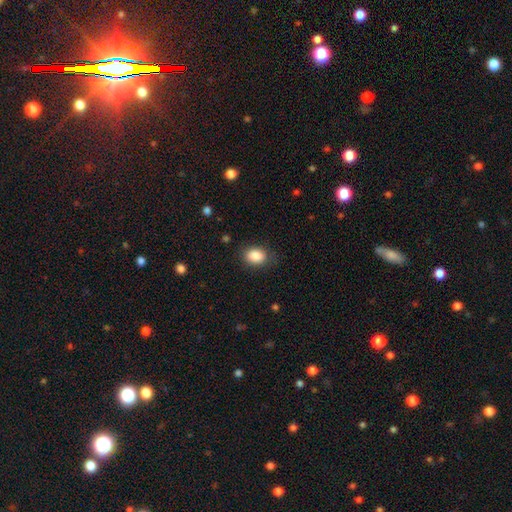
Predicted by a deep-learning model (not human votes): Q: Smooth or featured?
A: smooth (87%); runner-up: star or artifact (8%)
Q: How rounded?
A: in between (71%); runner-up: round (28%)
Q: Merging?
A: none (81%); runner-up: minor disturbance (14%)